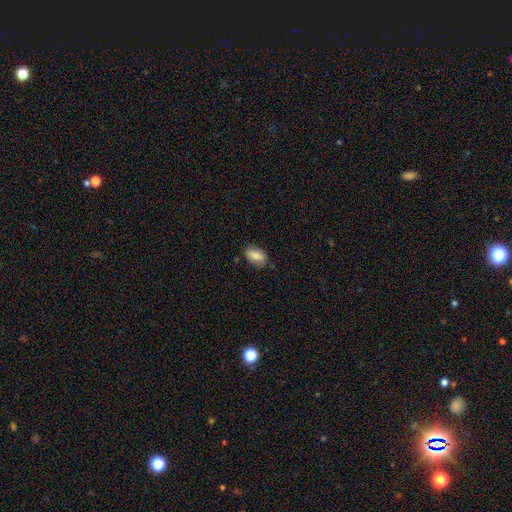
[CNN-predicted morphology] Overall: smooth (82%). How rounded: in between (90%). Merging: none (79%).